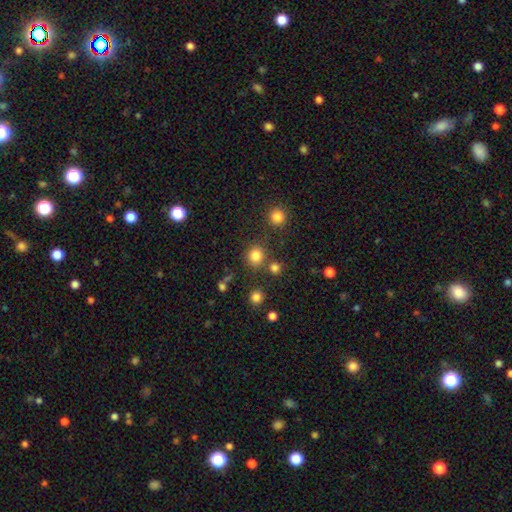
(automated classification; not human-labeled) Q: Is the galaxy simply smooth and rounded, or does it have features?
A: smooth — 81%.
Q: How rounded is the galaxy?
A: round — 88%.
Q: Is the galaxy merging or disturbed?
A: none — 79%.